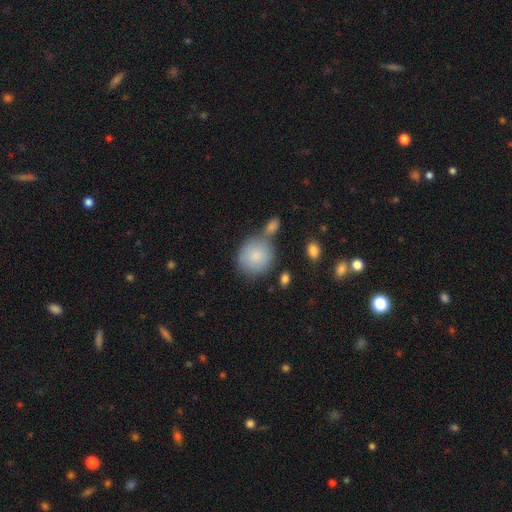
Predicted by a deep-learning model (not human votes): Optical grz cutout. It shows a smooth galaxy with no disk features (83%) that is round (86%). Merging: none (52%).